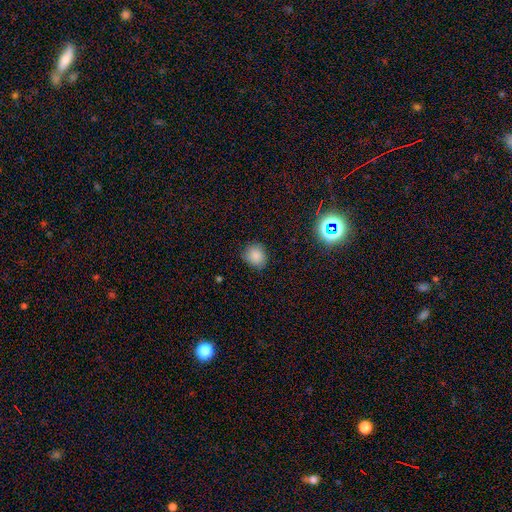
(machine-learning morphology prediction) type=smooth (83%); roundness=round (78%); merging=none (82%).